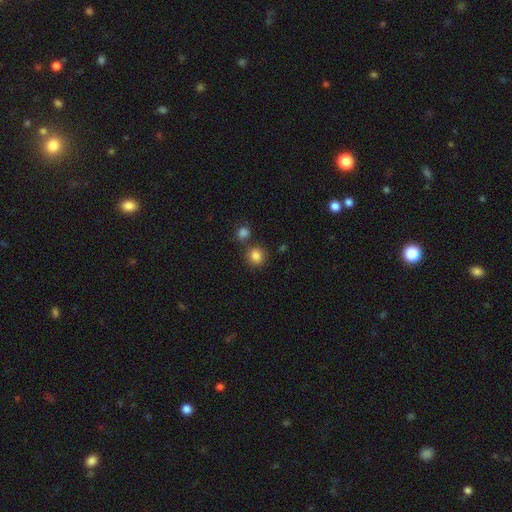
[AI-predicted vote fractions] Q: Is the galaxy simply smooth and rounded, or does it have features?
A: smooth — 85%.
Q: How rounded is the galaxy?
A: round — 84%.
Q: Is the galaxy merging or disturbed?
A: none — 71%.